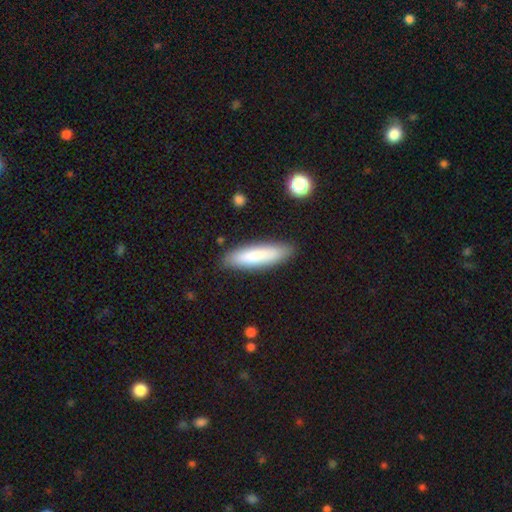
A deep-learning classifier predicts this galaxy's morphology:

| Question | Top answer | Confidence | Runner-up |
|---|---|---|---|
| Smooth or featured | smooth | 81% | featured or disk (13%) |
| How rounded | cigar-shaped | 68% | in between (31%) |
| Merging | none | 86% | minor disturbance (10%) |